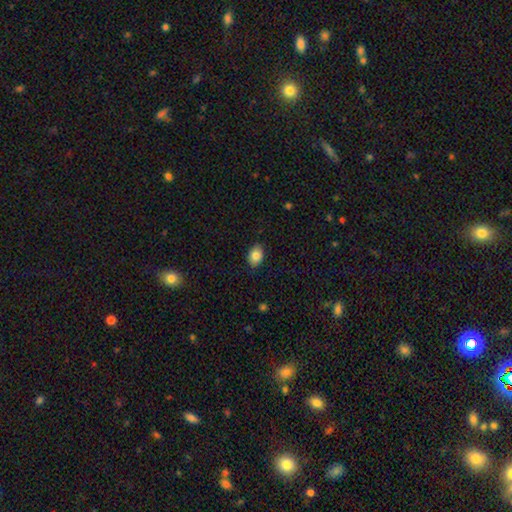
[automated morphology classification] A smooth galaxy with no disk features (84%) that is in between round and cigar-shaped (79%).

Vote fractions:
- Smooth or featured? smooth: 84% / featured or disk: 8% / star or artifact: 8%
- How rounded? in between: 79% / round: 20% / cigar-shaped: 1%
- Merging? none: 87% / minor disturbance: 10% / major disturbance: 2% / merger: 1%